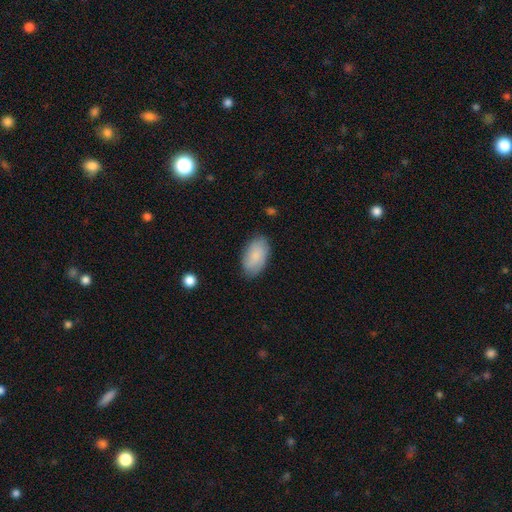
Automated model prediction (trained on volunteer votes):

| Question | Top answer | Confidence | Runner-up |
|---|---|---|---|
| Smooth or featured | smooth | 79% | featured or disk (15%) |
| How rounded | in between | 95% | round (4%) |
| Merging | none | 82% | minor disturbance (14%) |